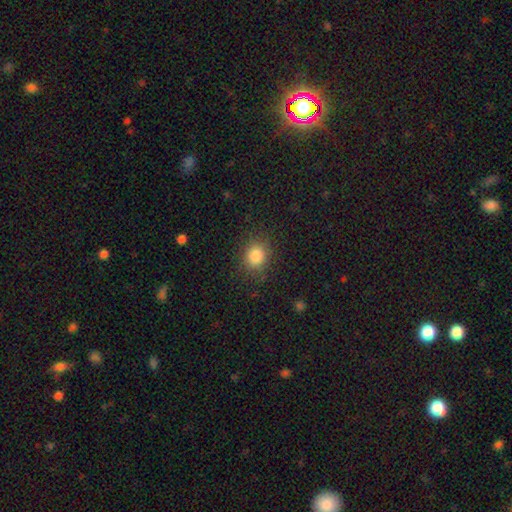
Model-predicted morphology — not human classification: Q: Smooth or featured?
A: smooth (85%); runner-up: star or artifact (10%)
Q: How rounded?
A: round (69%); runner-up: in between (30%)
Q: Merging?
A: none (84%); runner-up: minor disturbance (11%)